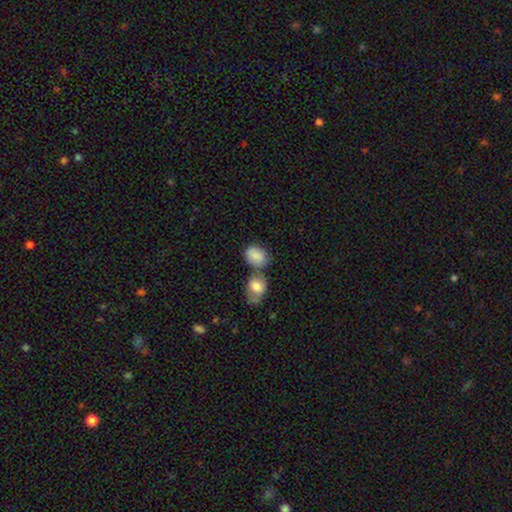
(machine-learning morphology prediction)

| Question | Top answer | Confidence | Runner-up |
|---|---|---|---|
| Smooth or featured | smooth | 84% | featured or disk (8%) |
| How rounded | in between | 73% | round (26%) |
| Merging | merger | 41% | none (37%) |